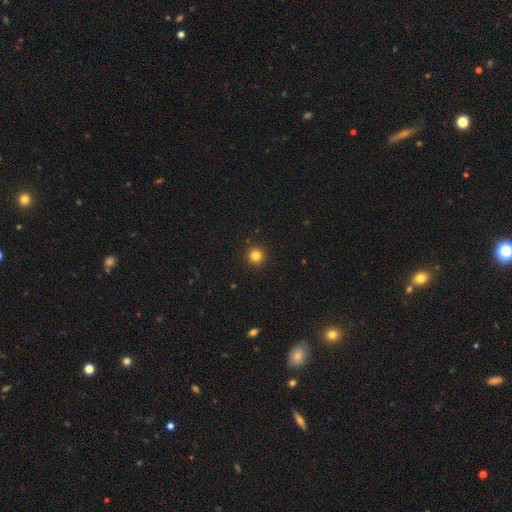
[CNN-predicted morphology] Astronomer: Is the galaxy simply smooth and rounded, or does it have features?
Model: smooth — 83%.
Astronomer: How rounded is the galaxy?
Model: round — 96%.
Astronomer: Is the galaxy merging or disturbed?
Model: none — 93%.